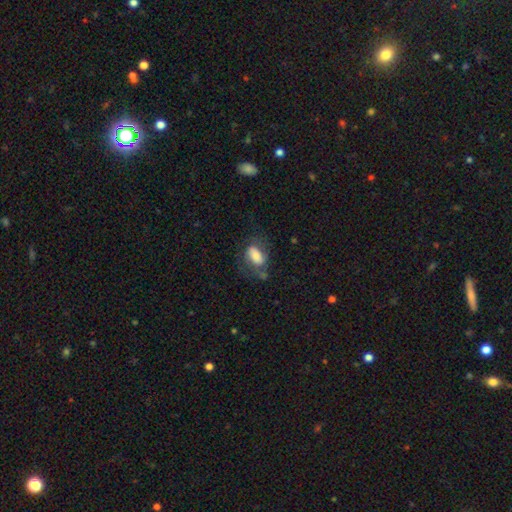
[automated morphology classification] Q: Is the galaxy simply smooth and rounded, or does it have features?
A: smooth — 59%.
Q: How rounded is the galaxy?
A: in between — 87%.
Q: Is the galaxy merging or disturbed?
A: none — 46%.